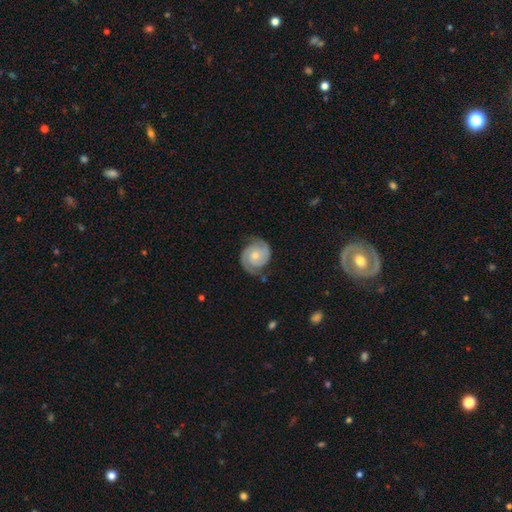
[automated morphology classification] Smooth or featured? featured or disk (82%)
Edge-on disk? no (98%)
Bar? no (73%)
Spiral arms? yes (97%)
Spiral winding? tight (56%)
Spiral arm count? 2 (87%)
Bulge size? small (52%)
Merging? none (74%)